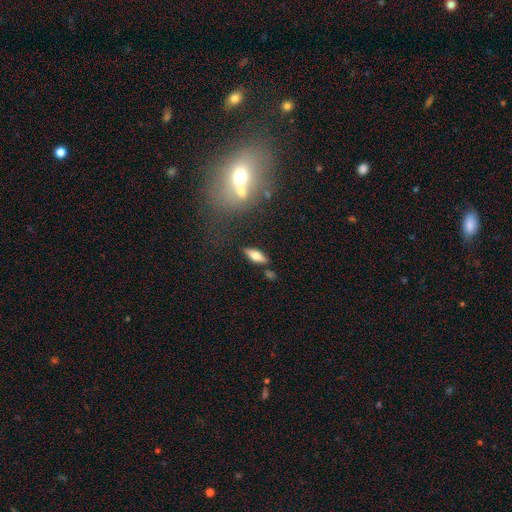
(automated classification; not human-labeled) Smooth or featured? Predicted: smooth (p=0.59). How rounded? Predicted: in between (p=0.67). Merging? Predicted: none (p=0.82).